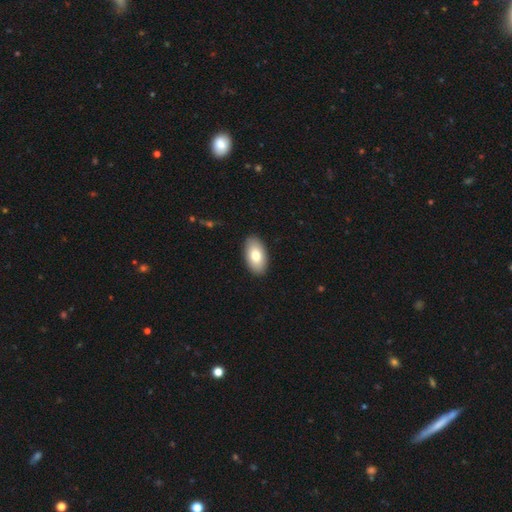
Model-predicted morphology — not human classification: Smooth or featured: smooth — 78% (featured or disk — 15%)
How rounded: in between — 95% (round — 3%)
Merging: none — 90% (minor disturbance — 7%)